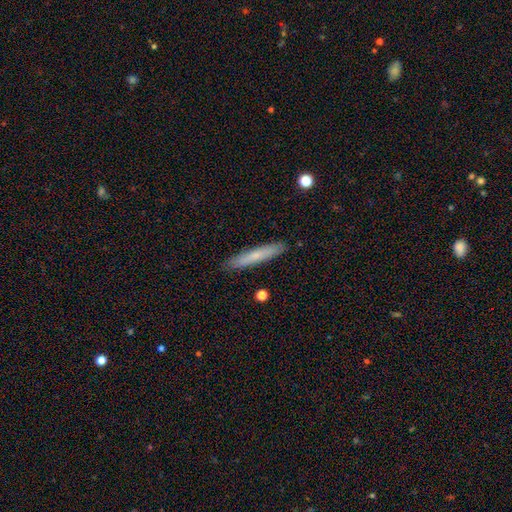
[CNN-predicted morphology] Smooth or featured?
  - smooth: 66% *
  - featured or disk: 27%
  - star or artifact: 6%
How rounded?
  - cigar-shaped: 94% *
  - in between: 5%
  - round: 1%
Merging?
  - none: 90% *
  - minor disturbance: 7%
  - major disturbance: 1%
  - merger: 1%